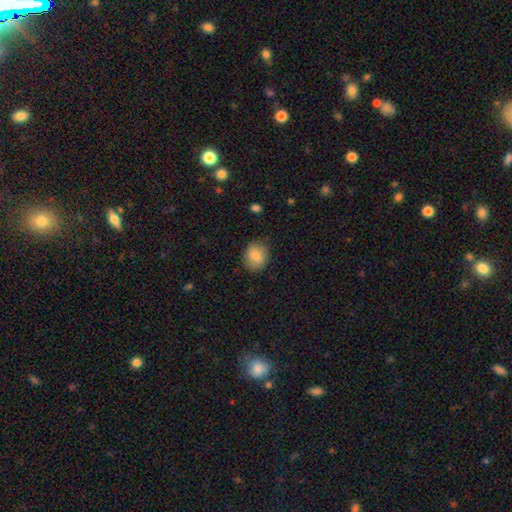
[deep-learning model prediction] Smooth or featured? smooth (85%)
How rounded? round (70%)
Merging? none (85%)